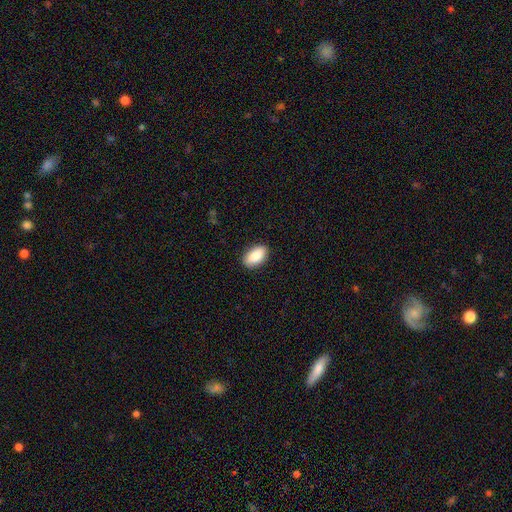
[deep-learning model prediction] Morphology: type=smooth (89%); roundness=in between (93%); merging=none (88%).